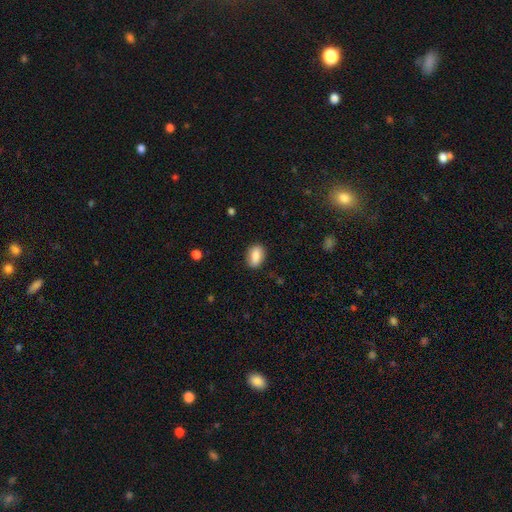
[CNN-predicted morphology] Q: Smooth or featured?
A: smooth (85%); runner-up: featured or disk (8%)
Q: How rounded?
A: in between (85%); runner-up: round (13%)
Q: Merging?
A: none (85%); runner-up: minor disturbance (11%)